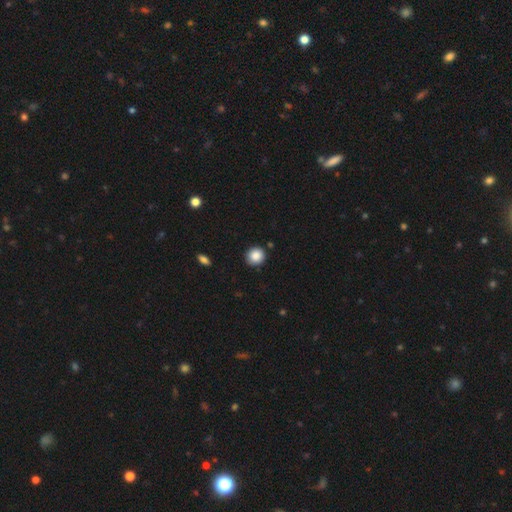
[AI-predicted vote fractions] This is clearly a smooth galaxy (87%). How rounded: clearly round (90%). Merging: clearly none (88%).